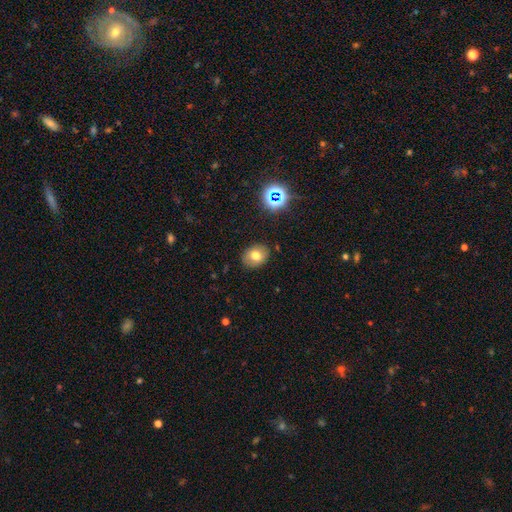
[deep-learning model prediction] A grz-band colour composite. It shows a smooth galaxy with no disk features (72%) that is in between round and cigar-shaped (55%). Merging: none (86%).